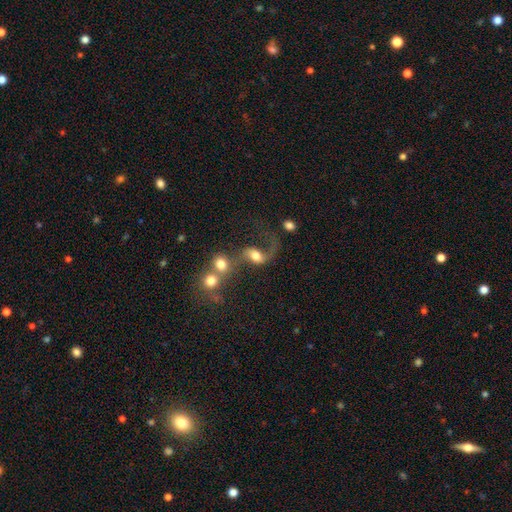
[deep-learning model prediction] Smooth or featured? featured or disk (57%)
Edge-on disk? no (96%)
Bar? no (54%)
Spiral arms? yes (84%)
Bulge size? moderate (46%)
Merging? merger (36%)